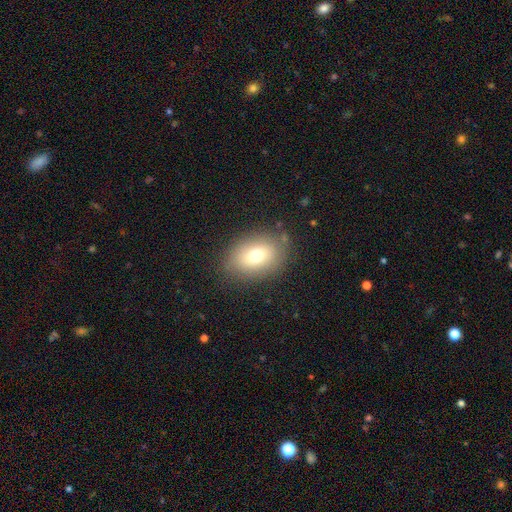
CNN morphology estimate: Overall: smooth (73%). How rounded: in between (75%). Merging: none (82%).